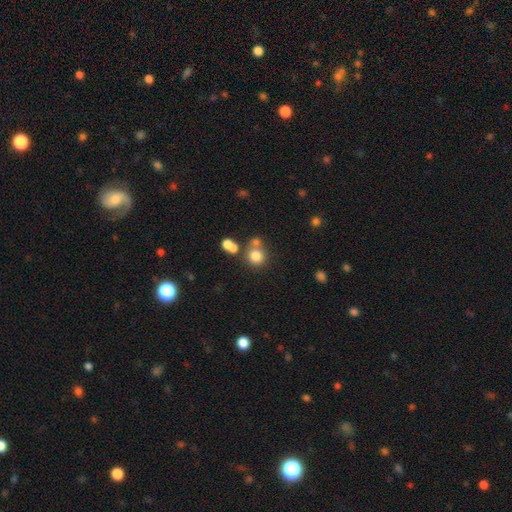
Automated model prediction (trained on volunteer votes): The model was most divided on "merging": none: 60%, merger: 27%, minor disturbance: 9%, major disturbance: 4%. More confident: how rounded — round (89%); smooth or featured — smooth (76%).